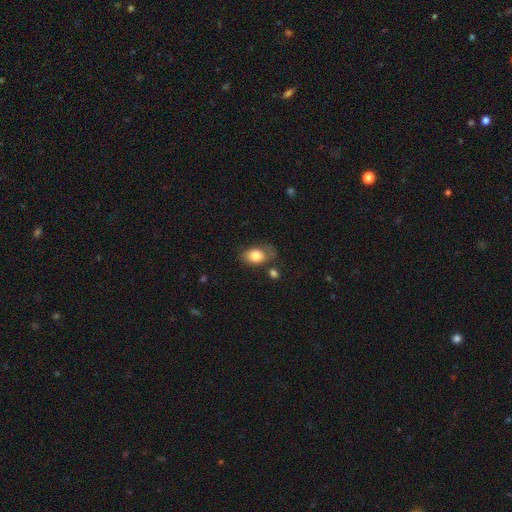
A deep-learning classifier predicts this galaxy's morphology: A smooth galaxy with no disk features (81%) that is in between round and cigar-shaped (82%).

Vote fractions:
- Smooth or featured? smooth: 81% / featured or disk: 12% / star or artifact: 8%
- How rounded? in between: 82% / round: 17% / cigar-shaped: 1%
- Merging? none: 56% / minor disturbance: 26% / major disturbance: 11% / merger: 8%